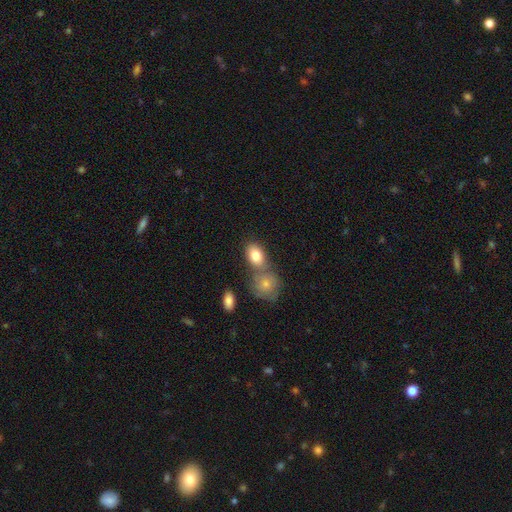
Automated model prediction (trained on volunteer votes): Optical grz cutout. It shows a smooth galaxy with no disk features (81%) that is in between round and cigar-shaped (80%). Merging: none (46%).